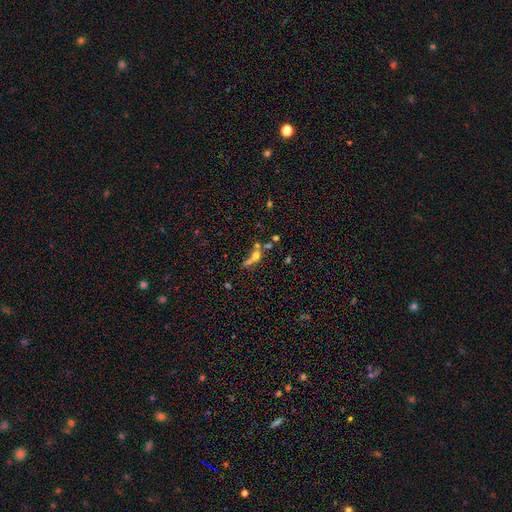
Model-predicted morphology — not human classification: Smooth or featured? smooth (47%)
Merging? merger (41%)